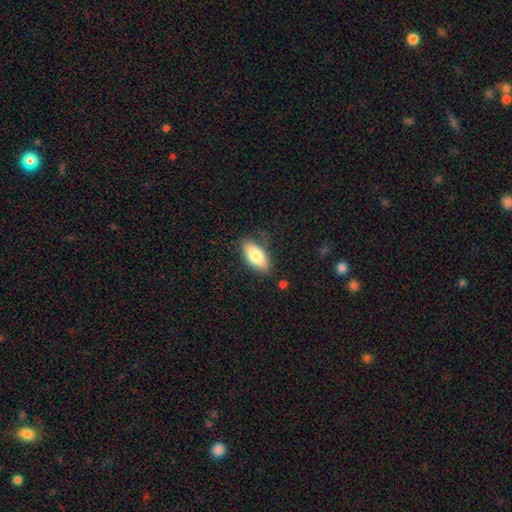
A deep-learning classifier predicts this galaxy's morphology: smooth_or_featured: smooth (p=0.78) [alt: featured or disk p=0.15]
how_rounded: in between (p=0.90) [alt: cigar-shaped p=0.08]
merging: none (p=0.73) [alt: minor disturbance p=0.19]